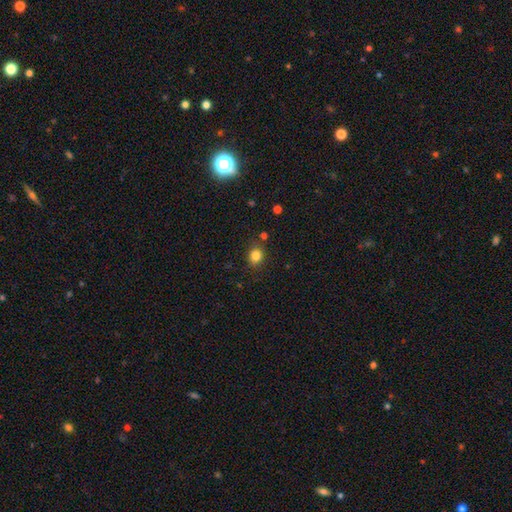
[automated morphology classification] Smooth or featured? smooth (83%)
How rounded? round (68%)
Merging? none (83%)